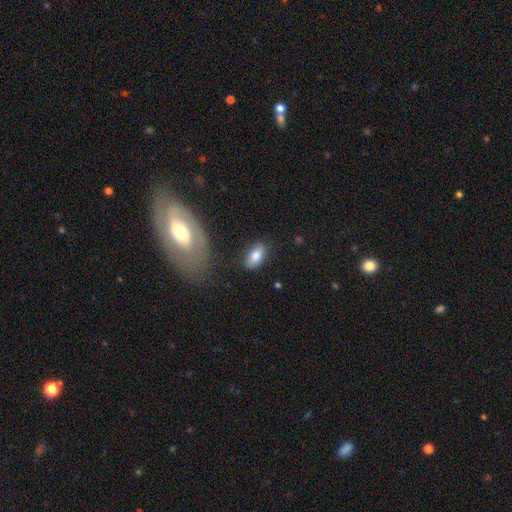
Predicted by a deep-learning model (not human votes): Smooth or featured? Predicted: smooth (p=0.82). How rounded? Predicted: in between (p=0.91). Merging? Predicted: none (p=0.81).